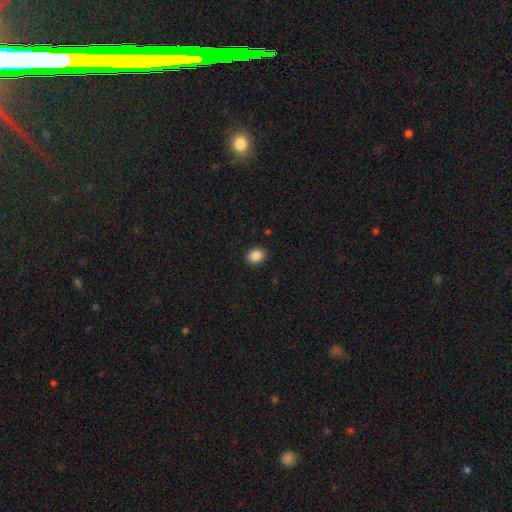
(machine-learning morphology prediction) Overall: smooth (88%). How rounded: round (59%; in between 40%). Merging: none (91%).